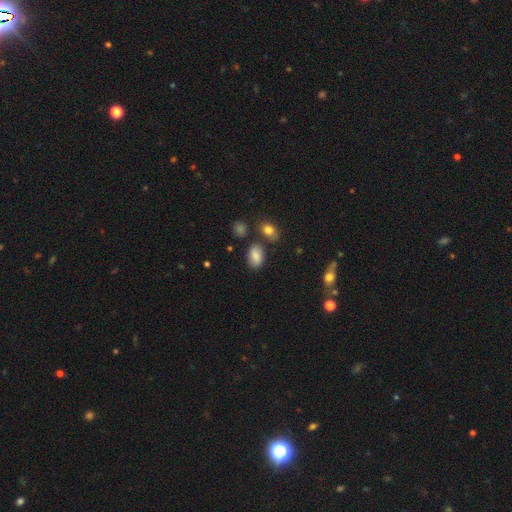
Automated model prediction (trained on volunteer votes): Smooth or featured? Predicted: smooth (p=0.82). How rounded? Predicted: in between (p=0.89). Merging? Predicted: none (p=0.75).